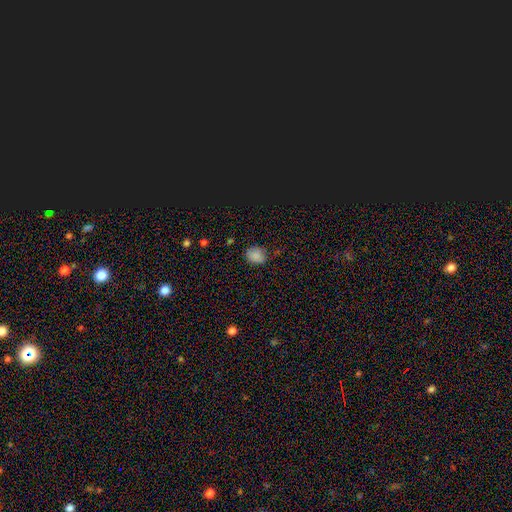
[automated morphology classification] smooth-or-featured: smooth: 82% | star or artifact: 13% | featured or disk: 5%
  how-rounded: round: 69% | in between: 30% | cigar-shaped: 1%
  merging: none: 74% | minor disturbance: 20% | major disturbance: 4% | merger: 2%